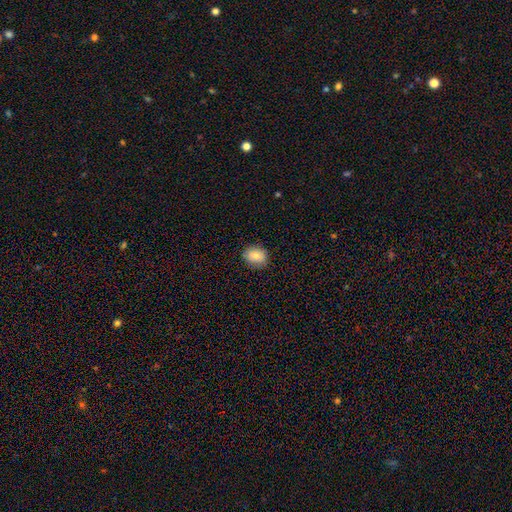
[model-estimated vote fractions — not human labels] Smooth or featured? smooth (83%)
How rounded? in between (52%)
Merging? none (85%)